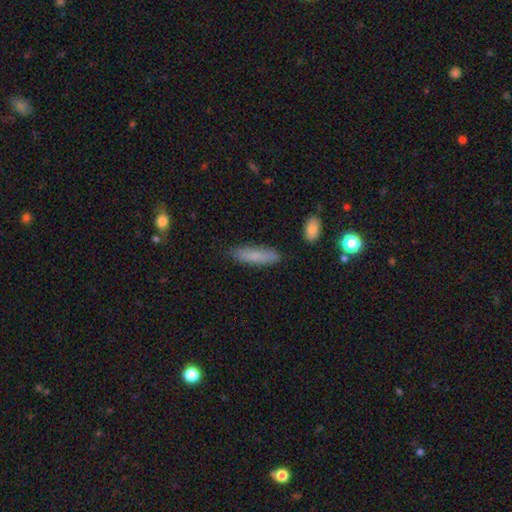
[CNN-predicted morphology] Smooth or featured? Predicted: smooth (p=0.78). How rounded? Predicted: cigar-shaped (p=0.74). Merging? Predicted: none (p=0.84).